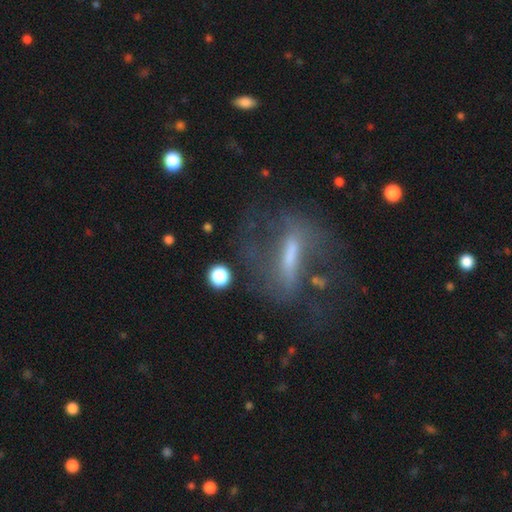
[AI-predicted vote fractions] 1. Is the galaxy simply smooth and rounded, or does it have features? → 68% featured or disk, 19% smooth, 12% star or artifact.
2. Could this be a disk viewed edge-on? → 72% no, 28% yes.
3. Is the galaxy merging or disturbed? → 59% none, 20% major disturbance, 18% minor disturbance, 3% merger.